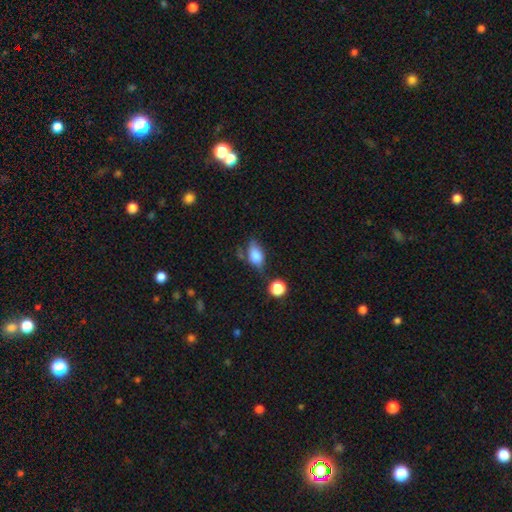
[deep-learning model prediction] Smooth or featured: smooth — 76% (featured or disk — 14%)
How rounded: in between — 84% (round — 11%)
Merging: none — 52% (minor disturbance — 29%)